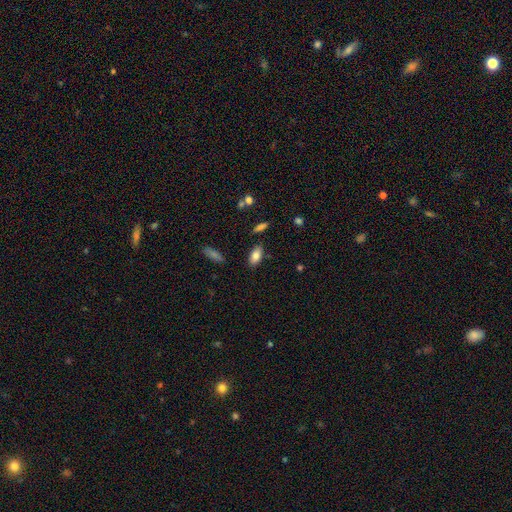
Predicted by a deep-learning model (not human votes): The model was most divided on "merging": none: 83%, minor disturbance: 11%, merger: 3%, major disturbance: 3%. More confident: how rounded — in between (90%); smooth or featured — smooth (82%).